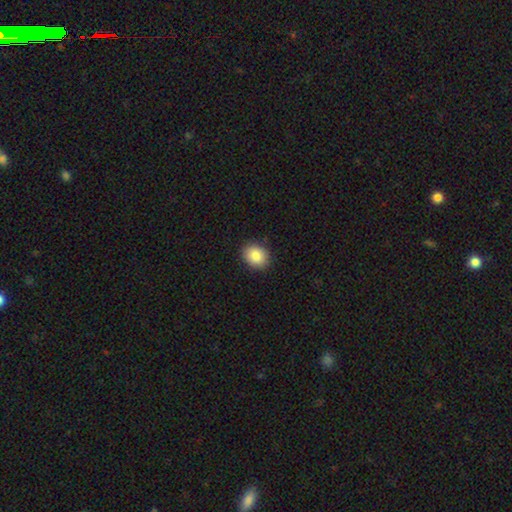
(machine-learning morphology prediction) Overall: smooth (85%). How rounded: round (60%; in between 39%). Merging: none (89%).